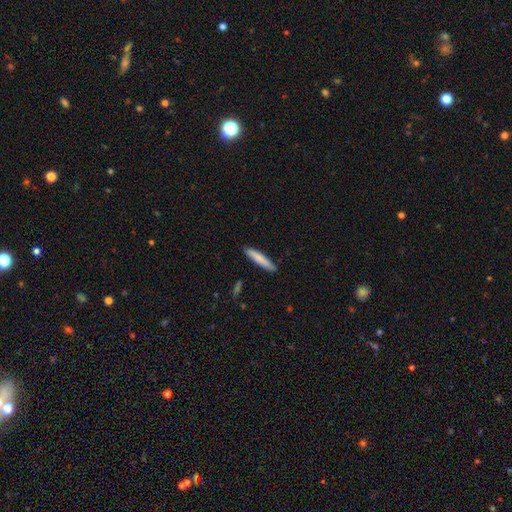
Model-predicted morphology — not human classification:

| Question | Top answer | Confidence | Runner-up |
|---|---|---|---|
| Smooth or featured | smooth | 77% | featured or disk (17%) |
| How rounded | cigar-shaped | 93% | in between (6%) |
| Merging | none | 90% | minor disturbance (7%) |